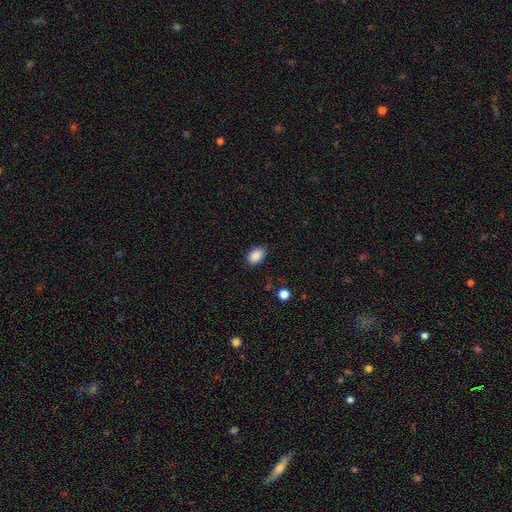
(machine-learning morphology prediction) Smooth or featured: smooth — 88% (star or artifact — 8%)
How rounded: in between — 84% (round — 15%)
Merging: none — 85% (minor disturbance — 11%)